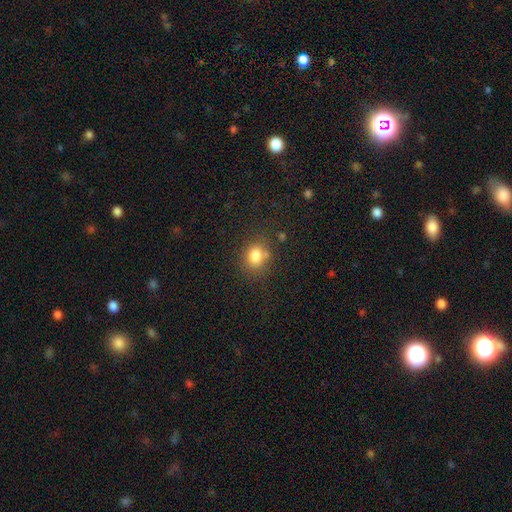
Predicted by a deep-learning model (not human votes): Smooth or featured? smooth (81%)
How rounded? round (60%)
Merging? none (70%)